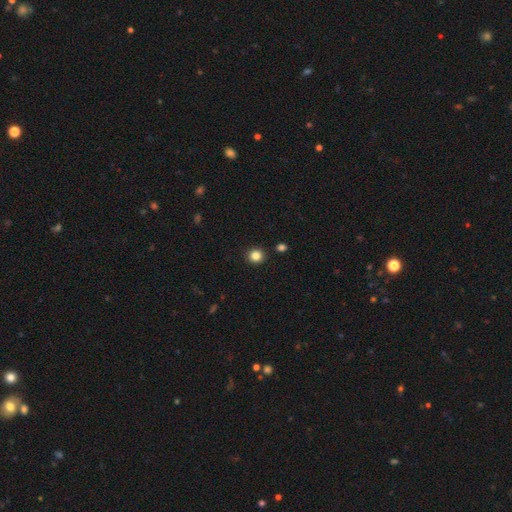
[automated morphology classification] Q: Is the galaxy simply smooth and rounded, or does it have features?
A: smooth — 84%.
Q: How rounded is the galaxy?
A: round — 87%.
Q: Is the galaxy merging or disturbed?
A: none — 91%.